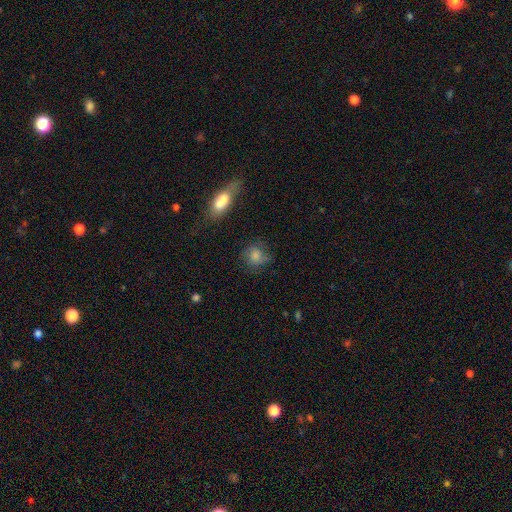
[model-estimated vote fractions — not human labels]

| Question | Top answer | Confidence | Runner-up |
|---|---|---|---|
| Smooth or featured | smooth | 73% | featured or disk (16%) |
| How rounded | round | 72% | in between (26%) |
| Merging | none | 62% | minor disturbance (23%) |